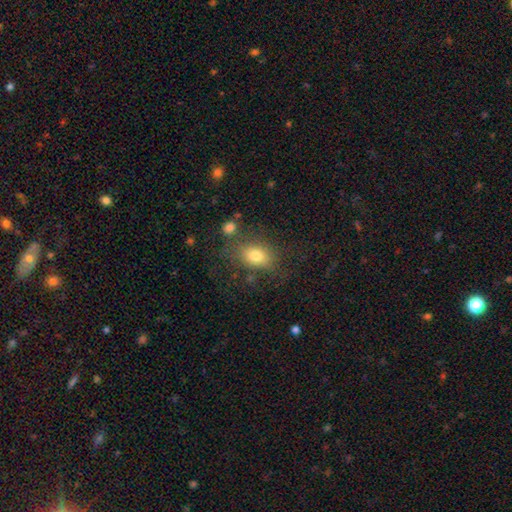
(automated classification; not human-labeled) Morphology: type=smooth (77%); roundness=in between (71%); merging=none (71%).